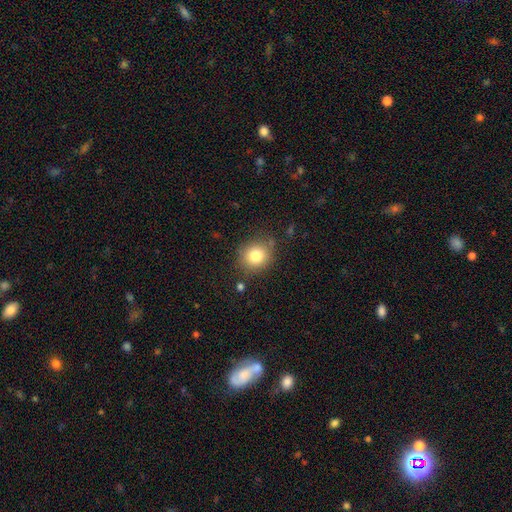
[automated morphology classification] Overall: smooth (80%). How rounded: round (80%). Merging: none (81%).